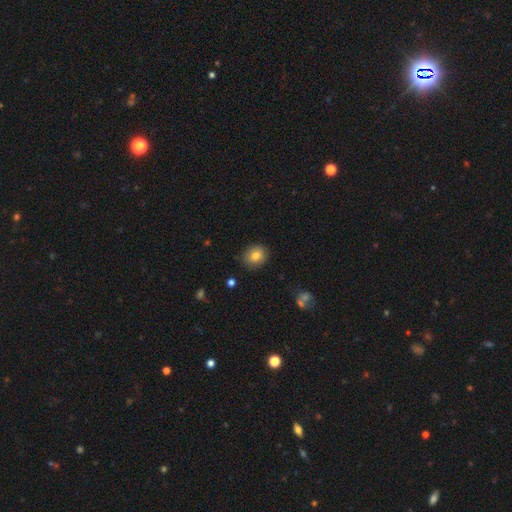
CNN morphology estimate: Smooth or featured? smooth (80%)
How rounded? round (71%)
Merging? none (85%)